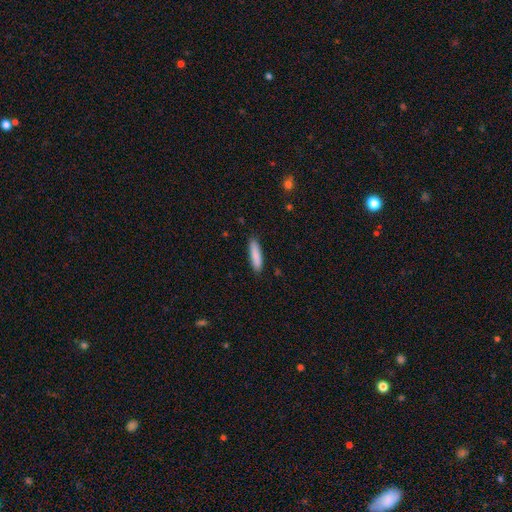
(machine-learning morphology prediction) This appears to be a smooth galaxy with no disk features (86%) that is cigar-shaped (77%). Merging: none (88%).